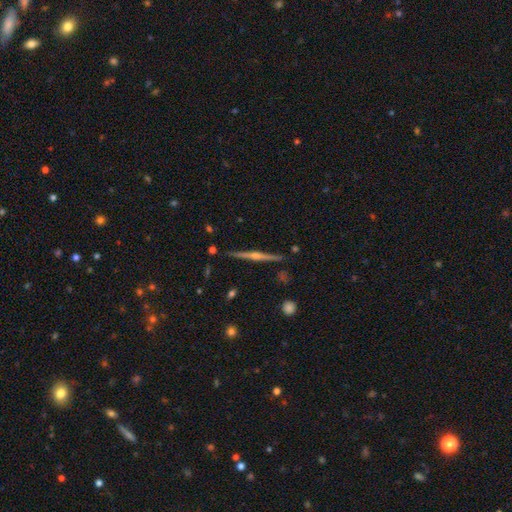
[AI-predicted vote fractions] Smooth or featured?
  - featured or disk: 83% *
  - smooth: 11%
  - star or artifact: 6%
Edge-on disk?
  - yes: 99% *
  - no: 1%
Edge-on bulge?
  - rounded: 87% *
  - none: 7%
  - boxy: 6%
Merging?
  - none: 91% *
  - minor disturbance: 6%
  - merger: 2%
  - major disturbance: 1%